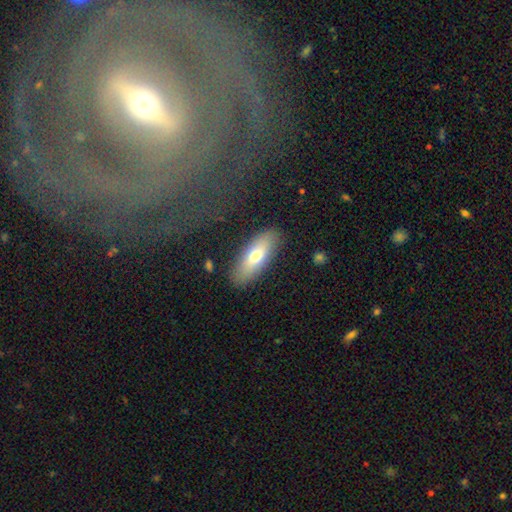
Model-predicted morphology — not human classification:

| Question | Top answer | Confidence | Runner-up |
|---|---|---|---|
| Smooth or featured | smooth | 68% | featured or disk (26%) |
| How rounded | in between | 68% | cigar-shaped (30%) |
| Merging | none | 87% | minor disturbance (9%) |